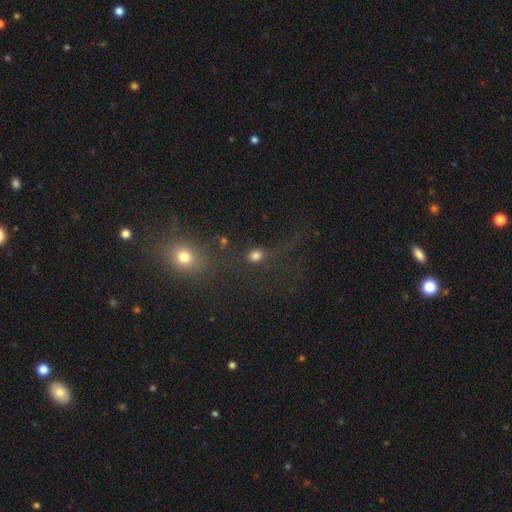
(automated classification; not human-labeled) smooth_or_featured: smooth (p=0.76) [alt: star or artifact p=0.17]
how_rounded: round (p=0.62) [alt: in between p=0.35]
merging: none (p=0.71) [alt: minor disturbance p=0.12]